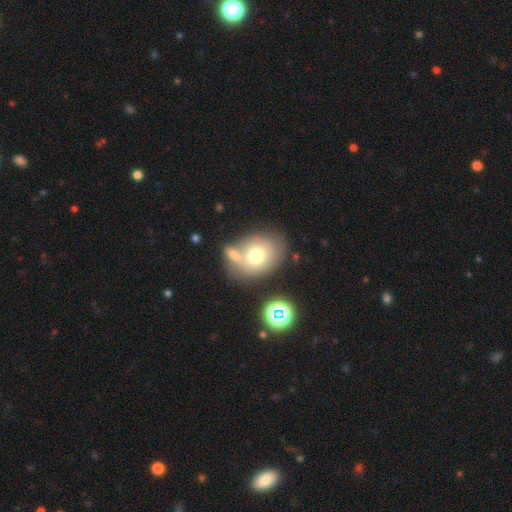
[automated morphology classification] The model was most divided on "how rounded": round: 52%, in between: 47%, cigar-shaped: 1%. Remaining: smooth or featured — smooth (70%); merging — none (46%).